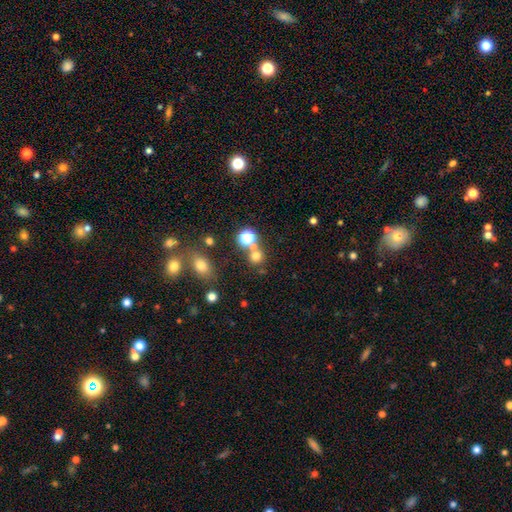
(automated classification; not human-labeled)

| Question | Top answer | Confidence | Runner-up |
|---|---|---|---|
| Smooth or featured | smooth | 69% | star or artifact (22%) |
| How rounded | round | 87% | in between (12%) |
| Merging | none | 64% | merger (24%) |